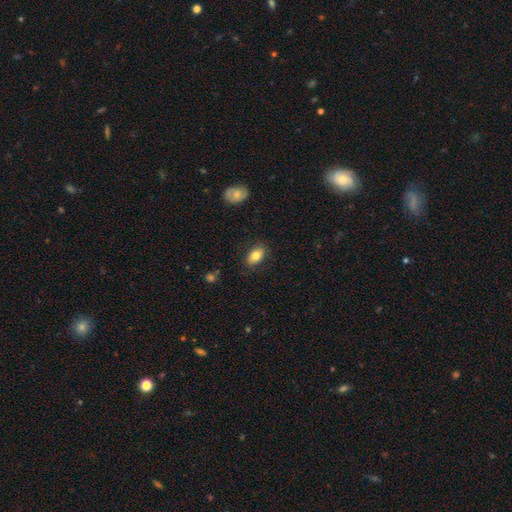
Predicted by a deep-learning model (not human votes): A smooth galaxy with no disk features (81%) that is in between round and cigar-shaped (89%).

Vote fractions:
- Smooth or featured? smooth: 81% / featured or disk: 11% / star or artifact: 8%
- How rounded? in between: 89% / round: 9% / cigar-shaped: 2%
- Merging? none: 85% / minor disturbance: 11% / major disturbance: 3% / merger: 1%